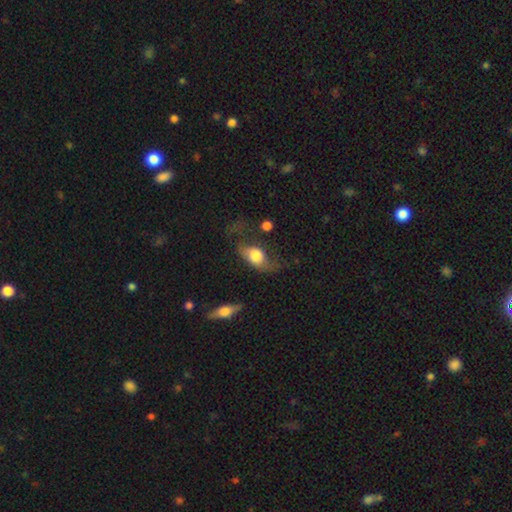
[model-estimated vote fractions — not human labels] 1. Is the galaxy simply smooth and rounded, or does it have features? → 58% smooth, 35% featured or disk, 8% star or artifact.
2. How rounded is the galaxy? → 79% in between, 17% round, 4% cigar-shaped.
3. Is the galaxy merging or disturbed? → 41% major disturbance, 31% none, 24% minor disturbance, 5% merger.